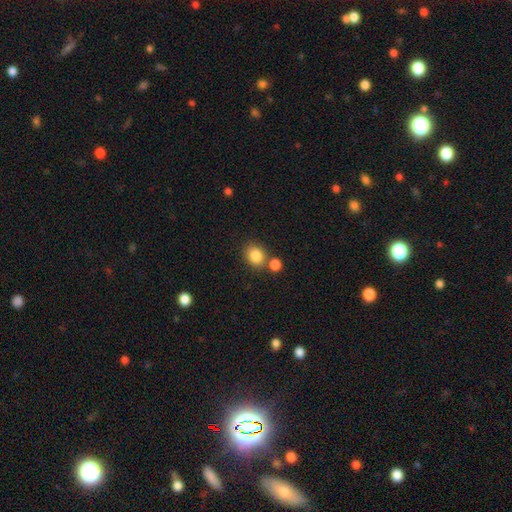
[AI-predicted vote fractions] A smooth galaxy with no disk features (85%) that is round (67%).

Vote fractions:
- Smooth or featured? smooth: 85% / star or artifact: 9% / featured or disk: 5%
- How rounded? round: 67% / in between: 32% / cigar-shaped: 1%
- Merging? none: 68% / merger: 19% / minor disturbance: 10% / major disturbance: 3%